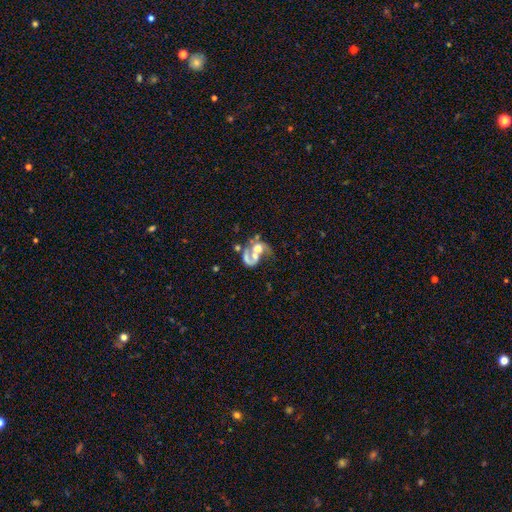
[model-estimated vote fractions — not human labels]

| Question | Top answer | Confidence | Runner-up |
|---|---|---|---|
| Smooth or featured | featured or disk | 66% | smooth (25%) |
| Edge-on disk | no | 98% | yes (2%) |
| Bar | no | 74% | weak (20%) |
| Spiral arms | yes | 72% | no (28%) |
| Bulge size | moderate | 52% | large (19%) |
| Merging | merger | 56% | major disturbance (20%) |